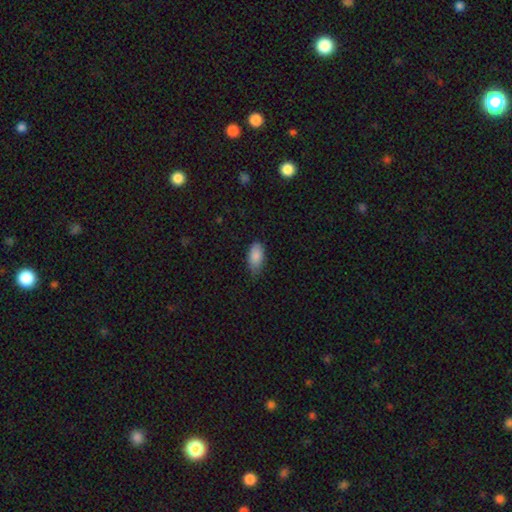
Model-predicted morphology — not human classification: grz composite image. It shows a smooth galaxy with no disk features (87%) that is in between round and cigar-shaped (91%). Merging: none (61%).